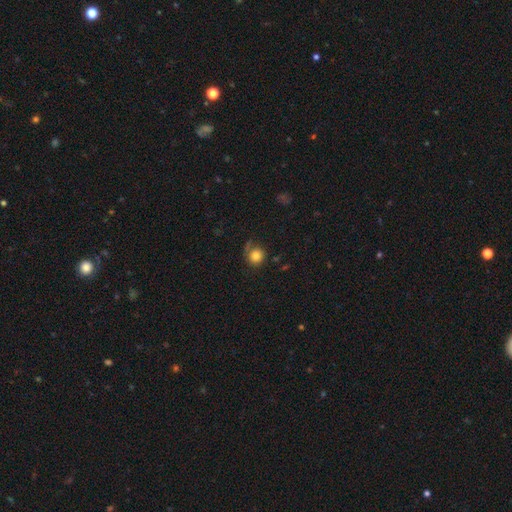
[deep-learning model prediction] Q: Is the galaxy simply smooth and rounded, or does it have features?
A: smooth — 81%.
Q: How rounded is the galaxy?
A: round — 88%.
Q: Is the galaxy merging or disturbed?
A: none — 66%.